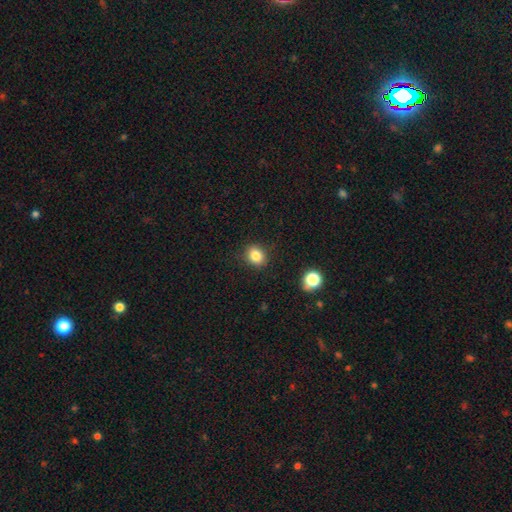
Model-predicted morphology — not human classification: A smooth galaxy with no disk features (84%) that is round (60%).

Vote fractions:
- Smooth or featured? smooth: 84% / star or artifact: 11% / featured or disk: 5%
- How rounded? round: 60% / in between: 40% / cigar-shaped: 1%
- Merging? none: 88% / minor disturbance: 8% / major disturbance: 2% / merger: 1%